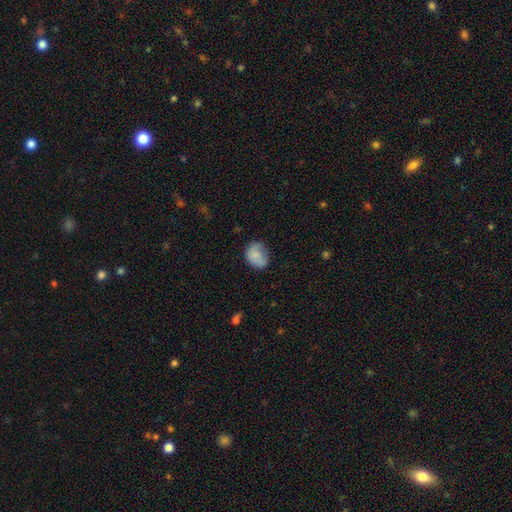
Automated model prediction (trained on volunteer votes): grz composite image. It shows a smooth galaxy with no disk features (78%) that is in between round and cigar-shaped (50%). Merging: none (60%).